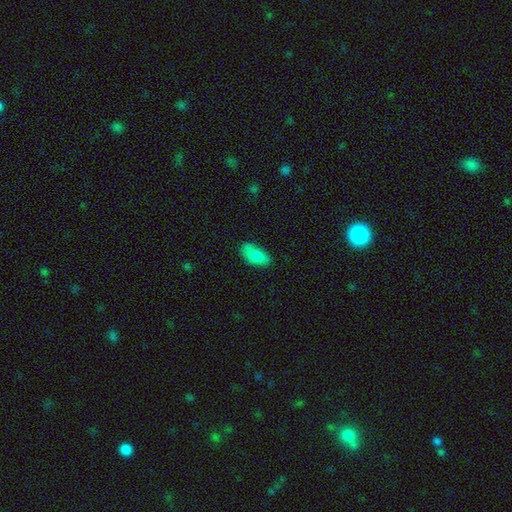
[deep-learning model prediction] This appears to be a smooth galaxy with no disk features (84%) that is in between round and cigar-shaped (91%). Merging: none (69%).